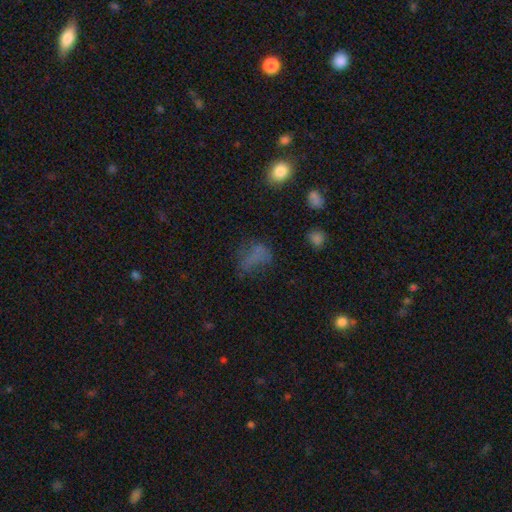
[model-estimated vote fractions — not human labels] Smooth or featured? smooth (58%)
How rounded? in between (70%)
Merging? none (40%)